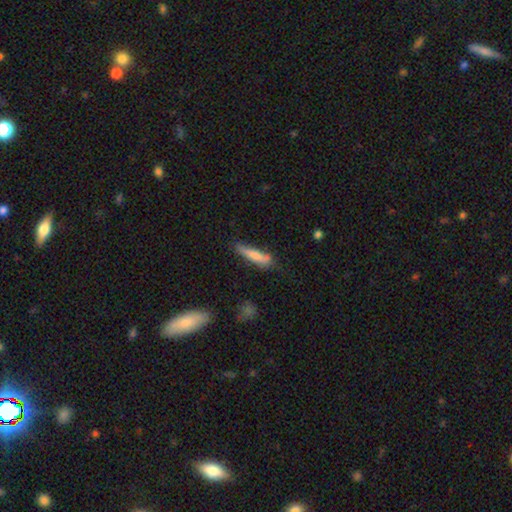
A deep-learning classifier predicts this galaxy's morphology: Smooth or featured: smooth — 75% (featured or disk — 18%)
How rounded: cigar-shaped — 82% (in between — 17%)
Merging: none — 60% (minor disturbance — 27%)